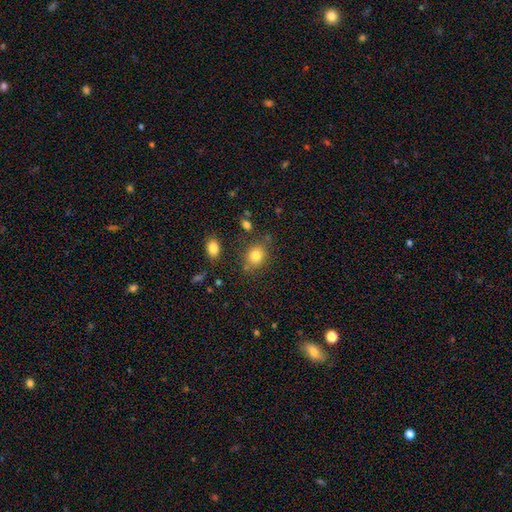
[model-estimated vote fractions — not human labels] A smooth galaxy with no disk features (81%) that is round (52%).

Vote fractions:
- Smooth or featured? smooth: 81% / star or artifact: 11% / featured or disk: 8%
- How rounded? round: 52% / in between: 47% / cigar-shaped: 1%
- Merging? none: 74% / minor disturbance: 15% / merger: 7% / major disturbance: 5%